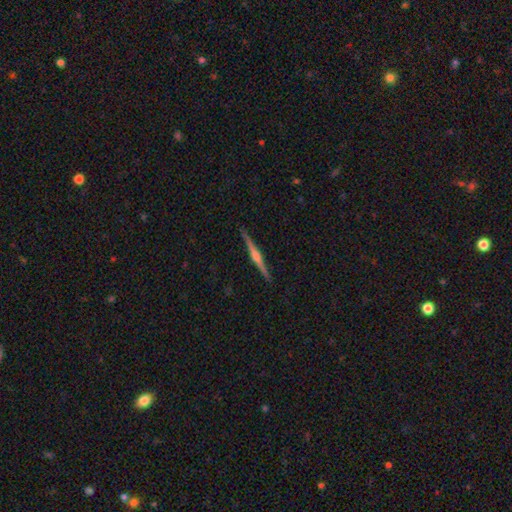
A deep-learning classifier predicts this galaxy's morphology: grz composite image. It shows a featured or disk galaxy (80%) viewed edge-on (99%) with a rounded central bulge (79%). Merging: none (92%).